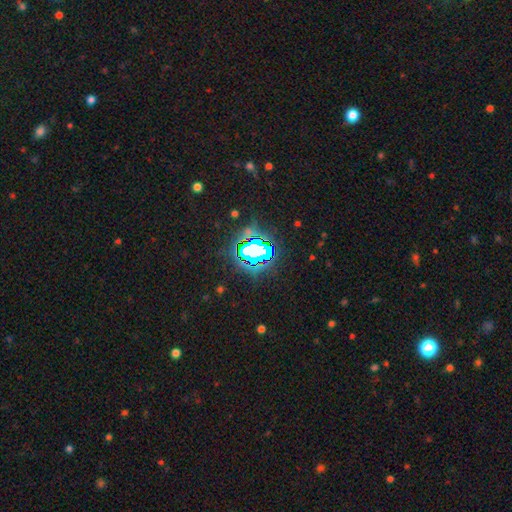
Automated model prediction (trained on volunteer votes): Q: Smooth or featured?
A: star or artifact (74%); runner-up: smooth (14%)